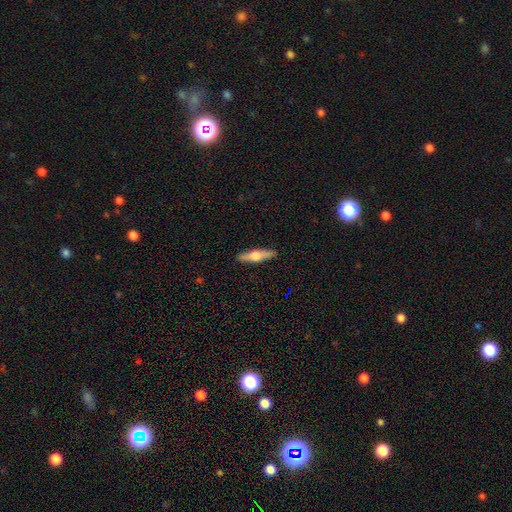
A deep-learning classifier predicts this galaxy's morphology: Smooth or featured? Predicted: featured or disk (p=0.51). Edge-on disk? Predicted: yes (p=0.94). Merging? Predicted: none (p=0.90).